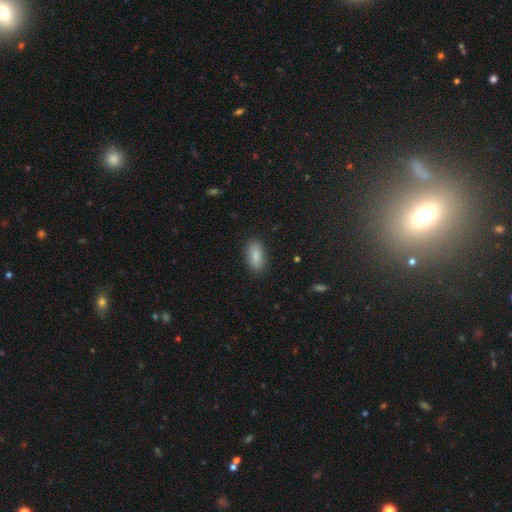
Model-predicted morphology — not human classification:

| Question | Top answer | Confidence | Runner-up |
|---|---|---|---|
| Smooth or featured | smooth | 88% | star or artifact (7%) |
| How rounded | in between | 91% | cigar-shaped (6%) |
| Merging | none | 87% | minor disturbance (9%) |